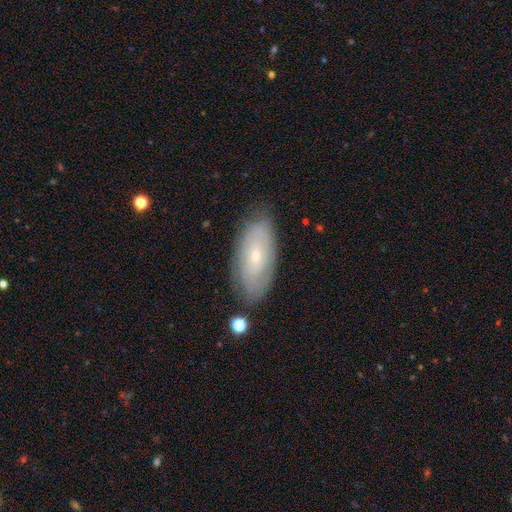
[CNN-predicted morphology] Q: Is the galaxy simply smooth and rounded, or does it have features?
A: featured or disk — 57%.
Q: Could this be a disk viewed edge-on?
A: no — 89%.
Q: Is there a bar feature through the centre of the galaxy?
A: no — 76%.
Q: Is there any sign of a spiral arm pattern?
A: yes — 65%.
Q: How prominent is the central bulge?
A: small — 77%.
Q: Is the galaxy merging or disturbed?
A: none — 77%.